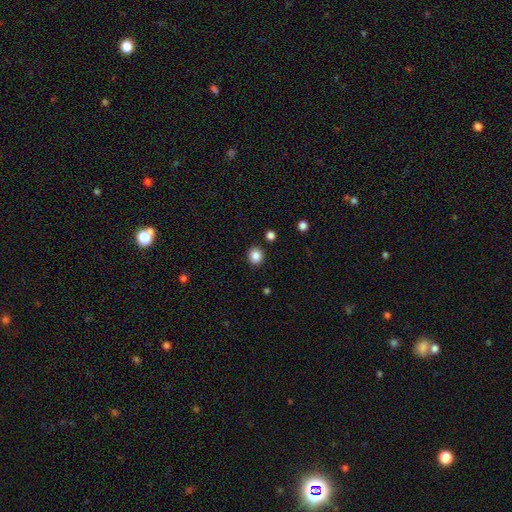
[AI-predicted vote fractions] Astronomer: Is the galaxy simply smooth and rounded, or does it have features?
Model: smooth — 86%.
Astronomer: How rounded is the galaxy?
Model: round — 85%.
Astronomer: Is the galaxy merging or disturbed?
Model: none — 89%.